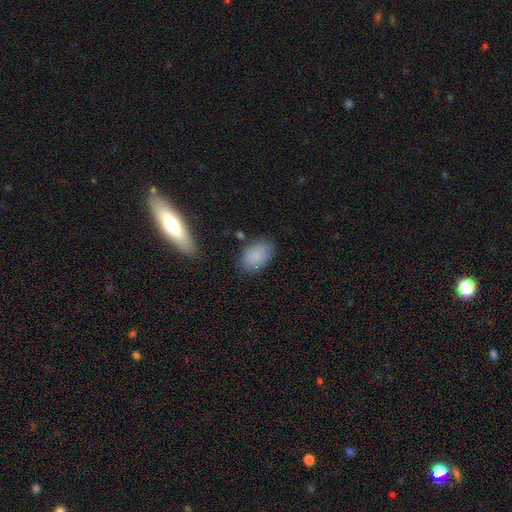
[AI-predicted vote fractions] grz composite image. It shows a smooth galaxy with no disk features (85%) that is in between round and cigar-shaped (88%). Merging: none (77%).